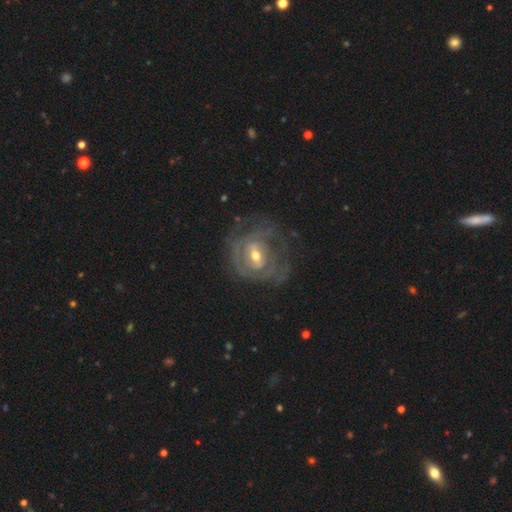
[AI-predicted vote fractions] Smooth or featured? featured or disk (82%)
Edge-on disk? no (96%)
Bar? weak (49%)
Spiral arms? yes (76%)
Spiral winding? tight (62%)
Spiral arm count? can't tell (49%)
Bulge size? moderate (60%)
Merging? none (59%)